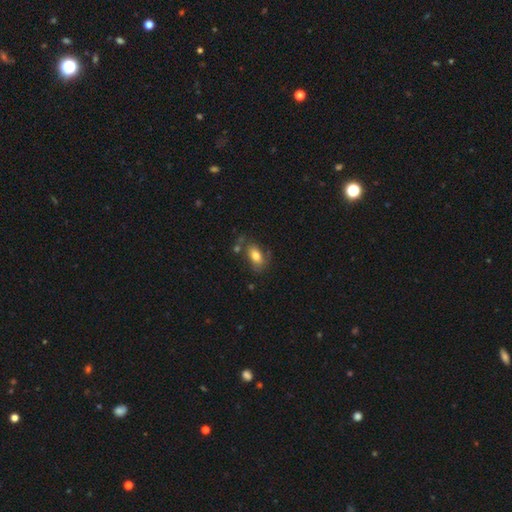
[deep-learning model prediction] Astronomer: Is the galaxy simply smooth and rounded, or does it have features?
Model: smooth — 77%.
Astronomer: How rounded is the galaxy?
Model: in between — 89%.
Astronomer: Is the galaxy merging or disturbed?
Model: none — 61%.